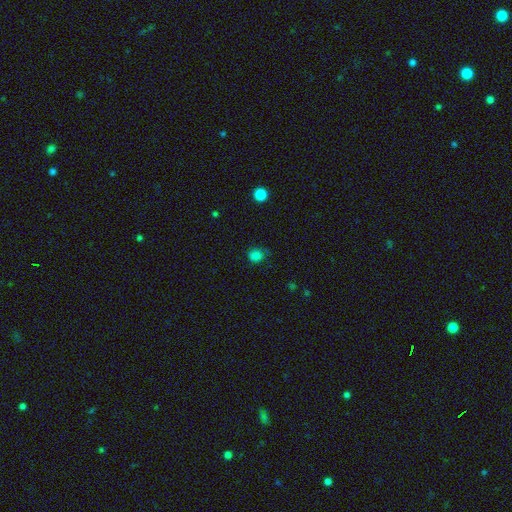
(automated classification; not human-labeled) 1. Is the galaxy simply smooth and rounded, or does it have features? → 81% smooth, 15% star or artifact, 4% featured or disk.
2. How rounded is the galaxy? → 78% round, 21% in between, 1% cigar-shaped.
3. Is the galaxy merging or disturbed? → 72% none, 21% minor disturbance, 5% major disturbance, 2% merger.